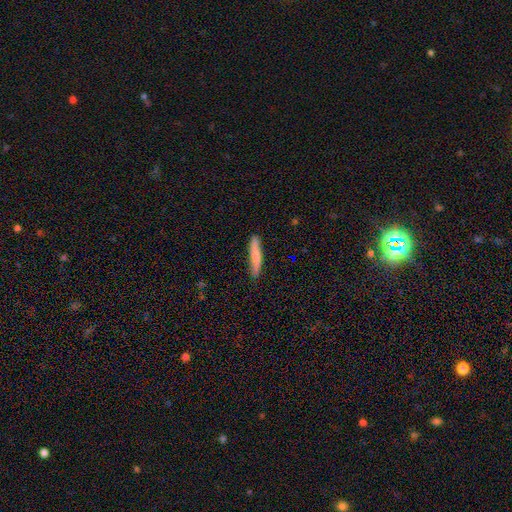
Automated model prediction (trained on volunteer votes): This appears to be a smooth galaxy with no disk features (74%) that is cigar-shaped (92%). Merging: none (86%).